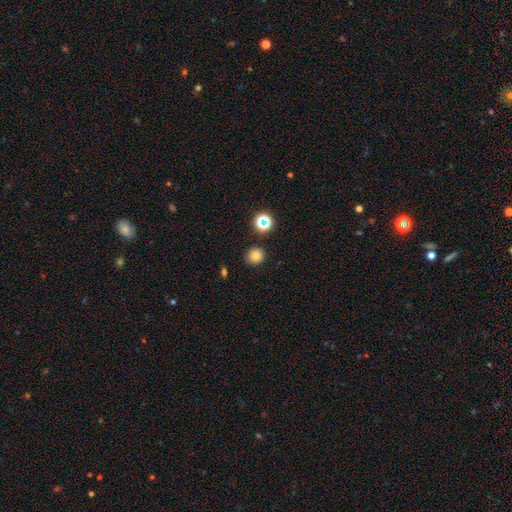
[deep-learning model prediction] Smooth or featured?
  - smooth: 77% *
  - star or artifact: 16%
  - featured or disk: 7%
How rounded?
  - round: 90% *
  - in between: 9%
  - cigar-shaped: 1%
Merging?
  - none: 88% *
  - minor disturbance: 7%
  - merger: 3%
  - major disturbance: 2%